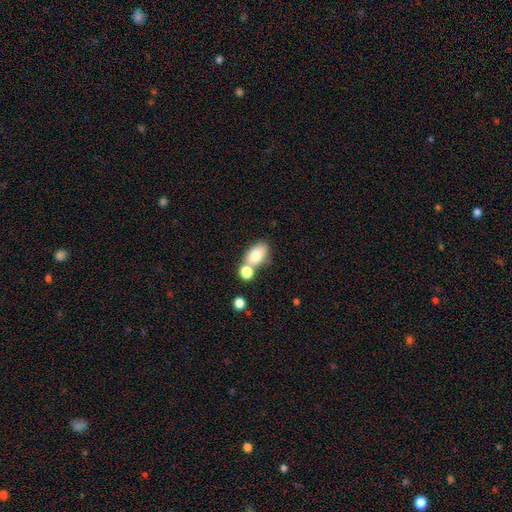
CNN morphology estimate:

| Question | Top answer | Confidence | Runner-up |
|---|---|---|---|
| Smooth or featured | smooth | 79% | featured or disk (12%) |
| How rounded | in between | 87% | round (11%) |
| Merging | none | 50% | merger (32%) |